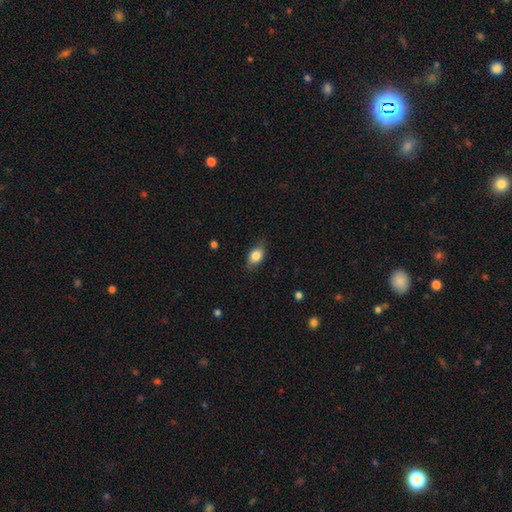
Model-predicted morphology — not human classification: Q: Smooth or featured?
A: smooth (83%); runner-up: featured or disk (9%)
Q: How rounded?
A: in between (86%); runner-up: round (12%)
Q: Merging?
A: none (79%); runner-up: minor disturbance (16%)